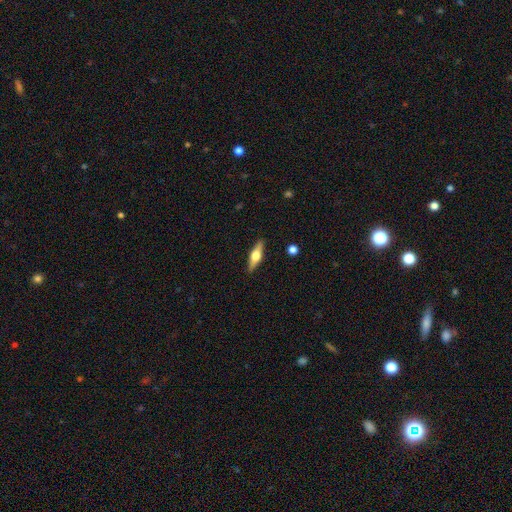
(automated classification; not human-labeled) Smooth or featured? Predicted: featured or disk (p=0.57). Edge-on disk? Predicted: yes (p=0.94). Edge-on bulge? Predicted: rounded (p=0.93). Merging? Predicted: none (p=0.88).